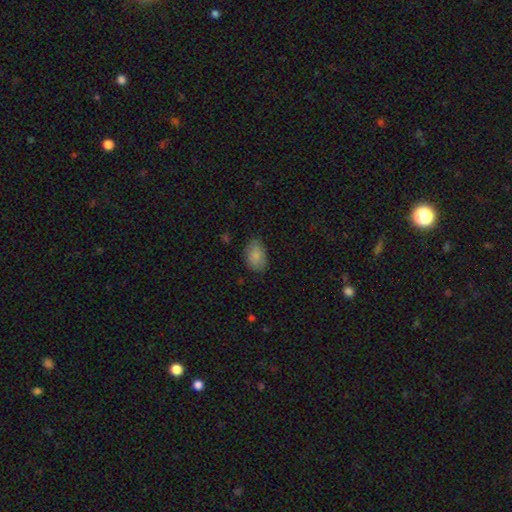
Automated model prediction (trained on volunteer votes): Smooth or featured: smooth — 86% (featured or disk — 7%)
How rounded: in between — 88% (round — 11%)
Merging: none — 80% (minor disturbance — 16%)